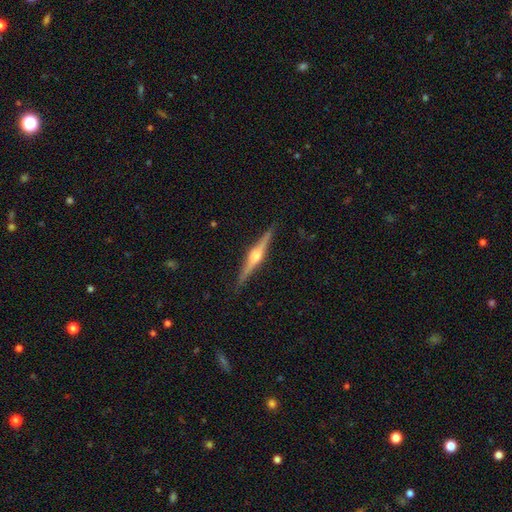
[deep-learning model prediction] Smooth or featured? Predicted: featured or disk (p=0.81). Edge-on disk? Predicted: yes (p=0.98). Edge-on bulge? Predicted: rounded (p=0.91). Merging? Predicted: none (p=0.90).